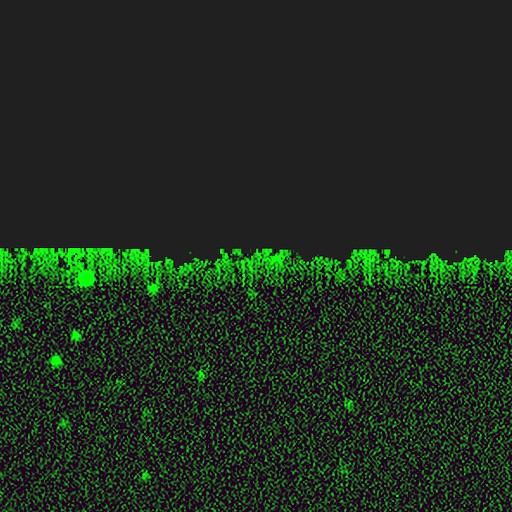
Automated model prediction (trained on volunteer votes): This is clearly a star or artifact rather than a galaxy (85%).